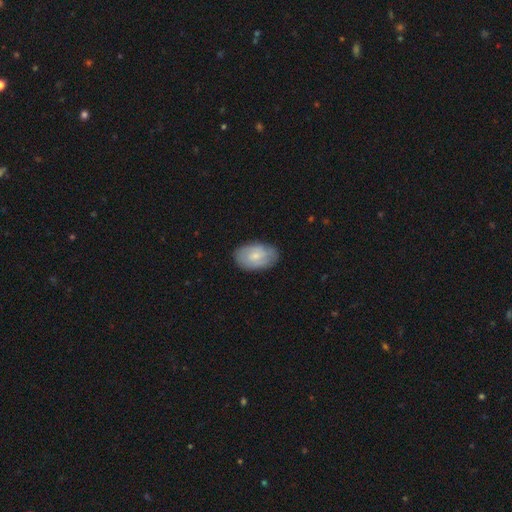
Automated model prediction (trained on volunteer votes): smooth_or_featured: smooth (p=0.64) [alt: featured or disk p=0.30]
how_rounded: in between (p=0.91) [alt: round p=0.08]
merging: none (p=0.79) [alt: minor disturbance p=0.17]